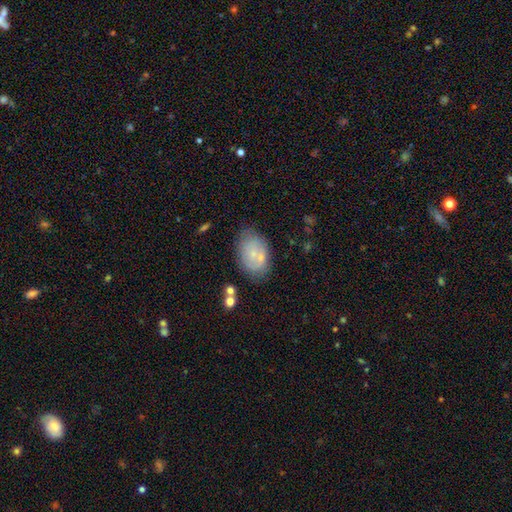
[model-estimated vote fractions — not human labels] The model was most divided on "smooth or featured": smooth: 55%, featured or disk: 35%, star or artifact: 10%. More confident: how rounded — in between (86%); merging — none (66%).